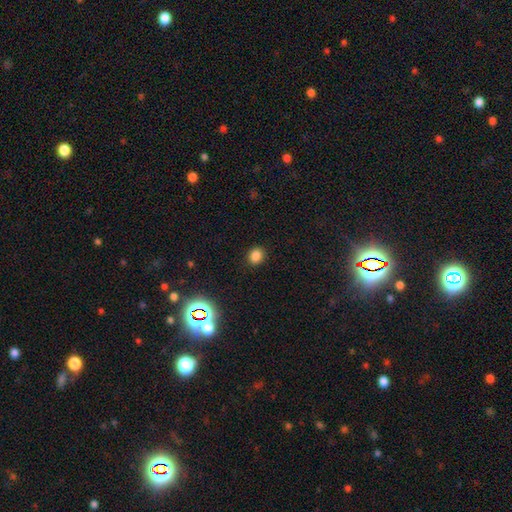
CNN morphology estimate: Smooth or featured?
  - smooth: 82% *
  - star or artifact: 14%
  - featured or disk: 4%
How rounded?
  - round: 66% *
  - in between: 33%
  - cigar-shaped: 1%
Merging?
  - none: 89% *
  - minor disturbance: 7%
  - major disturbance: 2%
  - merger: 1%